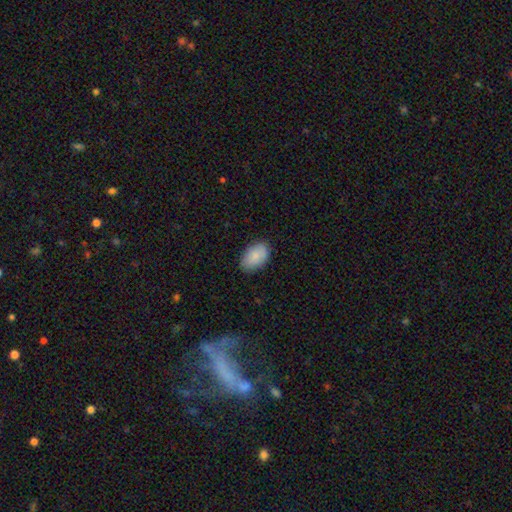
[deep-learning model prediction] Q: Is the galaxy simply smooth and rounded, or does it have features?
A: smooth — 86%.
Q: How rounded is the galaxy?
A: in between — 91%.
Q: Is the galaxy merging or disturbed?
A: none — 83%.